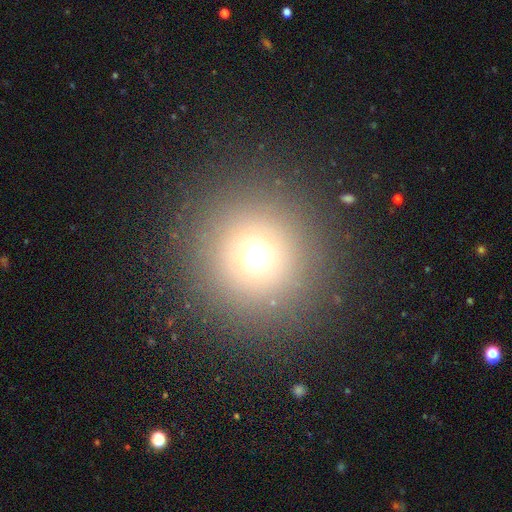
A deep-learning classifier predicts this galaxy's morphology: Smooth or featured: smooth — 67% (star or artifact — 24%)
How rounded: round — 96% (in between — 3%)
Merging: none — 89% (minor disturbance — 6%)